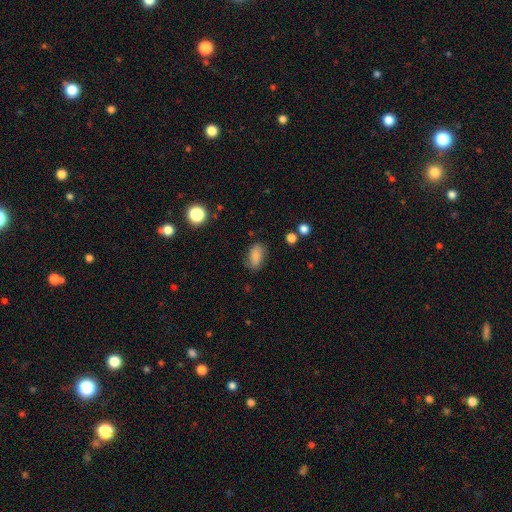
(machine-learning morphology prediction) A smooth galaxy with no disk features (79%) that is in between round and cigar-shaped (89%).

Vote fractions:
- Smooth or featured? smooth: 79% / featured or disk: 11% / star or artifact: 9%
- How rounded? in between: 89% / round: 7% / cigar-shaped: 3%
- Merging? none: 75% / minor disturbance: 19% / major disturbance: 5% / merger: 2%